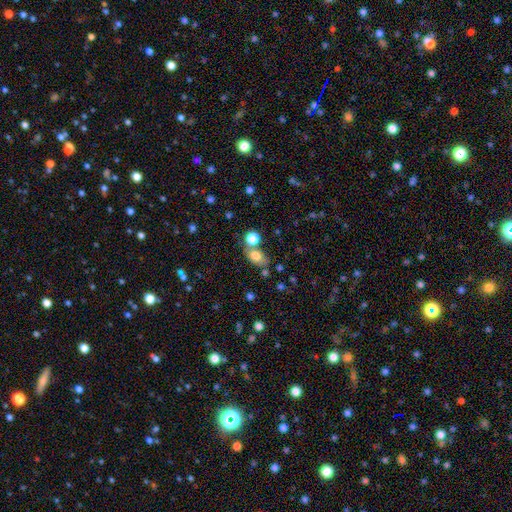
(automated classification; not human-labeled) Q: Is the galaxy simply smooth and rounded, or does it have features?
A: smooth — 78%.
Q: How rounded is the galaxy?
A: in between — 73%.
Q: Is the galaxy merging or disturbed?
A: none — 48%.